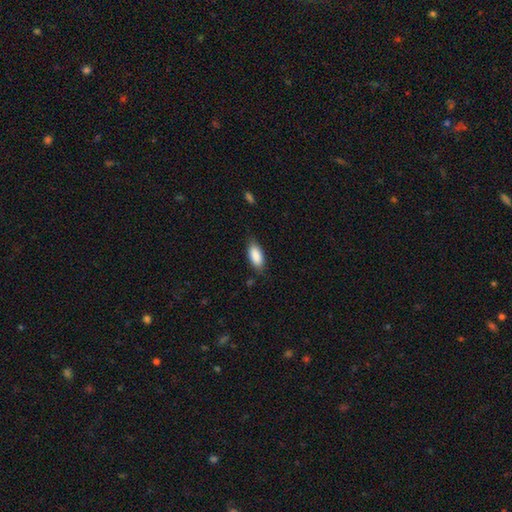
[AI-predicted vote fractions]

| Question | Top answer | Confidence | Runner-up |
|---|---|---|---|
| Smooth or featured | smooth | 88% | featured or disk (6%) |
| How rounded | in between | 87% | cigar-shaped (11%) |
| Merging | none | 79% | minor disturbance (17%) |